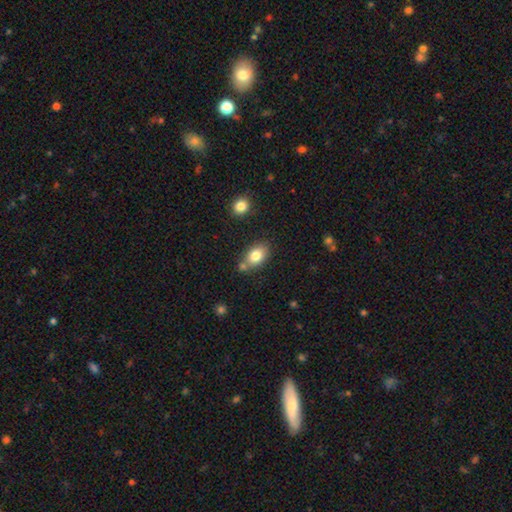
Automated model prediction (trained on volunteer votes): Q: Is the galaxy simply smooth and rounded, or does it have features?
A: smooth — 80%.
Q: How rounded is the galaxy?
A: in between — 82%.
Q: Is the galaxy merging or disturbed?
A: none — 63%.